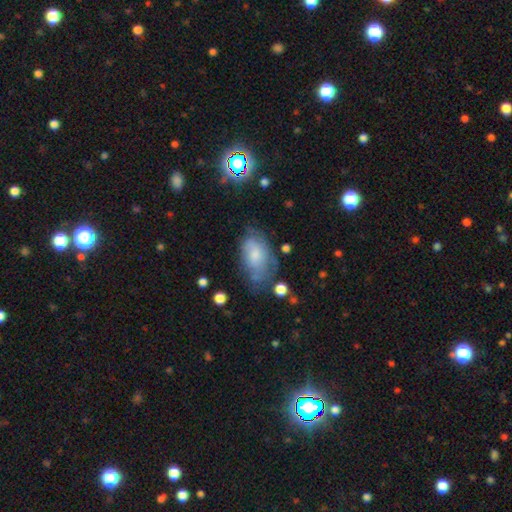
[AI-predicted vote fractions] This appears to be a smooth galaxy with no disk features (59%) that is in between round and cigar-shaped (91%). Merging: none (43%).